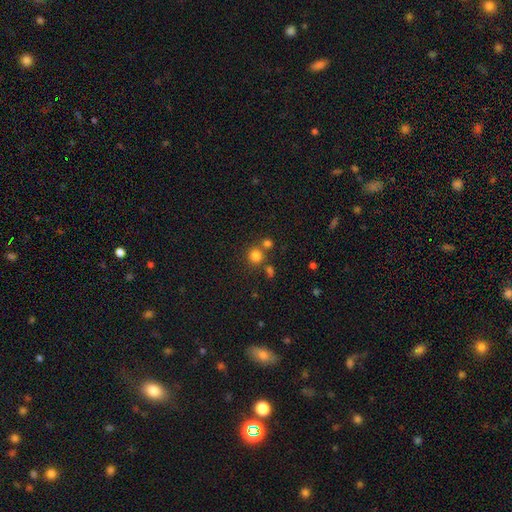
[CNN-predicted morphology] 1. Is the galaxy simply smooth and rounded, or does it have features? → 79% smooth, 15% star or artifact, 6% featured or disk.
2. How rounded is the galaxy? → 91% round, 8% in between, 1% cigar-shaped.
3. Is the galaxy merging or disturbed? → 69% none, 20% merger, 8% minor disturbance, 3% major disturbance.